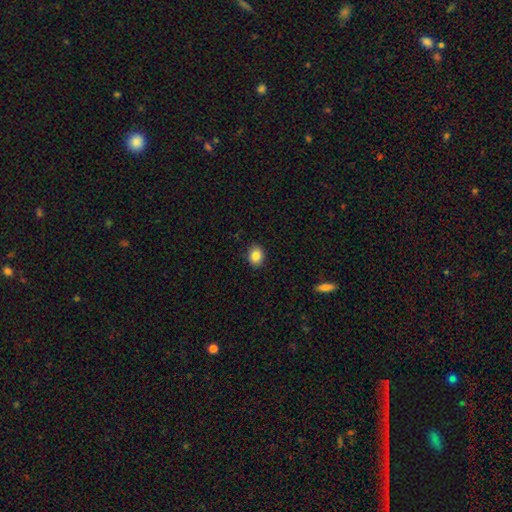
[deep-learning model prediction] Smooth or featured? Predicted: smooth (p=0.85). How rounded? Predicted: round (p=0.56). Merging? Predicted: none (p=0.89).